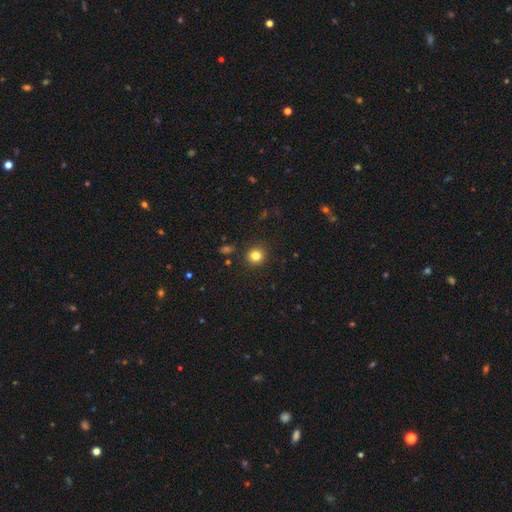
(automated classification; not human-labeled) smooth_or_featured: smooth (p=0.82) [alt: star or artifact p=0.12]
how_rounded: round (p=0.91) [alt: in between p=0.08]
merging: none (p=0.90) [alt: minor disturbance p=0.06]